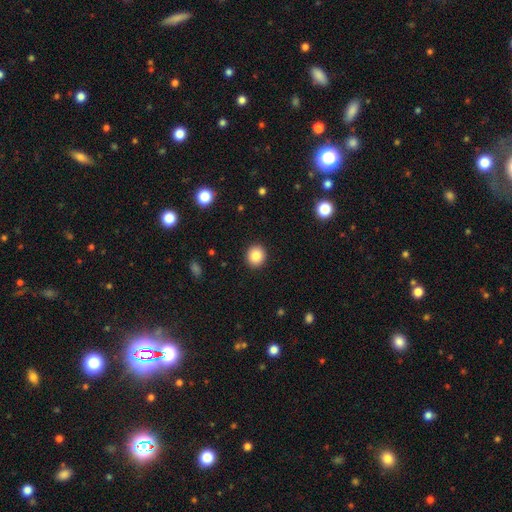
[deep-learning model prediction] smooth 85%, star or artifact 9%, featured or disk 6%. Down the decision tree: how rounded — round (86%); merging — none (92%).